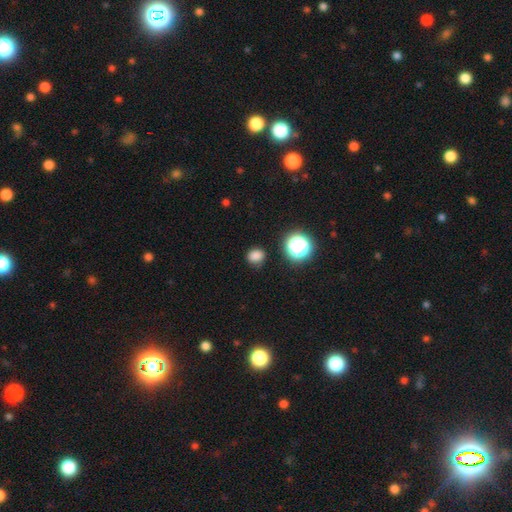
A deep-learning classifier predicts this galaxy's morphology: smooth-or-featured: smooth: 79% | star or artifact: 16% | featured or disk: 5%
  how-rounded: round: 66% | in between: 33% | cigar-shaped: 1%
  merging: none: 83% | minor disturbance: 12% | major disturbance: 3% | merger: 2%